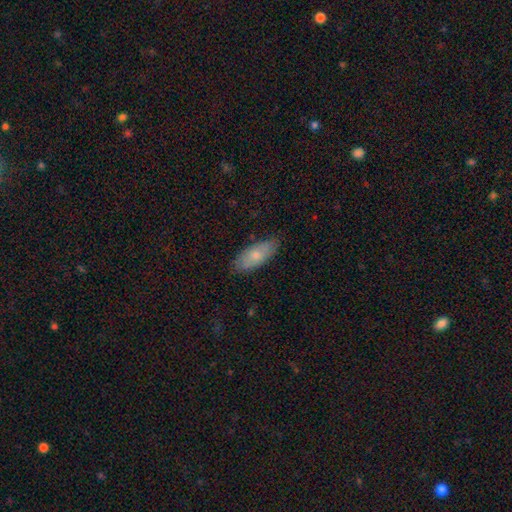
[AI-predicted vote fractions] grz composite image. It shows a smooth galaxy with no disk features (72%) that is in between round and cigar-shaped (78%). Merging: none (81%).